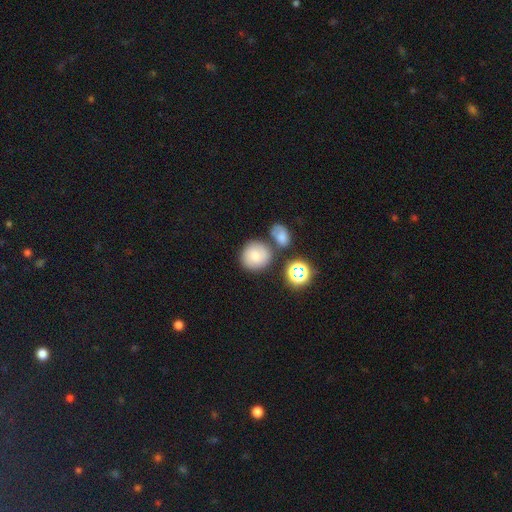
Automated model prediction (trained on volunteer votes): smooth 70%, featured or disk 18%, star or artifact 12%. Down the decision tree: how rounded — round (87%); merging — none (64%).